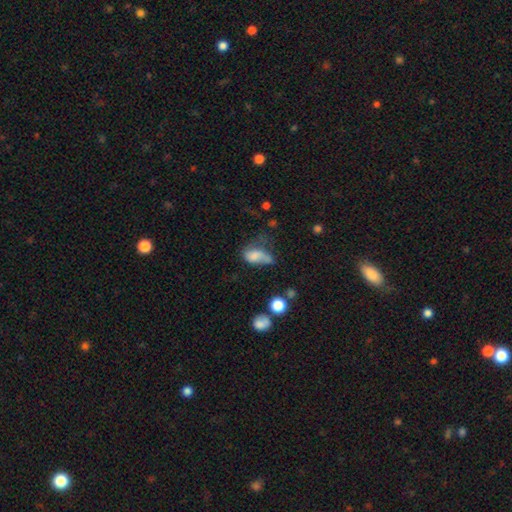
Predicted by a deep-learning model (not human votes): A smooth galaxy with no disk features (69%) that is in between round and cigar-shaped (85%). Merging: major disturbance (39%).